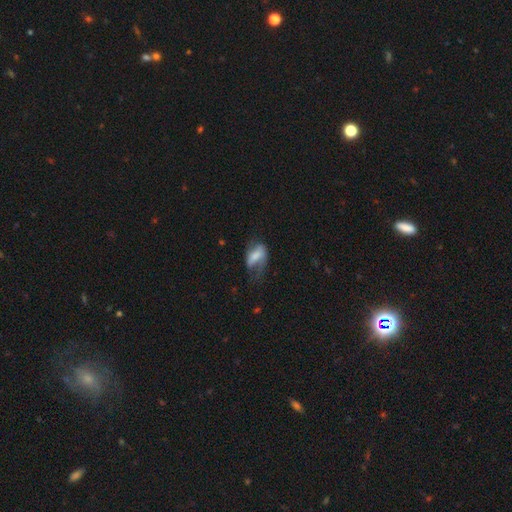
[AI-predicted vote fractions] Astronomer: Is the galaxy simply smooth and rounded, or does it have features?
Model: smooth — 51% (runner-up: featured or disk, 41%).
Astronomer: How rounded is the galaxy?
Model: in between — 86%.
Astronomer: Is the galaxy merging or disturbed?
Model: major disturbance — 36% (runner-up: none, 33%).